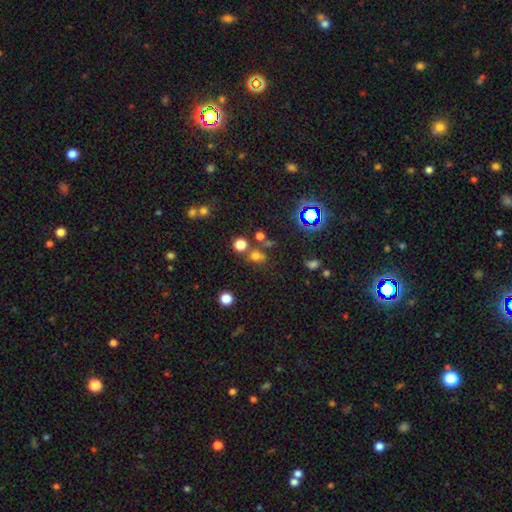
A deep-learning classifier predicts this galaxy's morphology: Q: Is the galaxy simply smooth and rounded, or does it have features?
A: smooth — 59%.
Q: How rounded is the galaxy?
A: round — 71%.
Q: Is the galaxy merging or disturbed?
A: none — 62%.